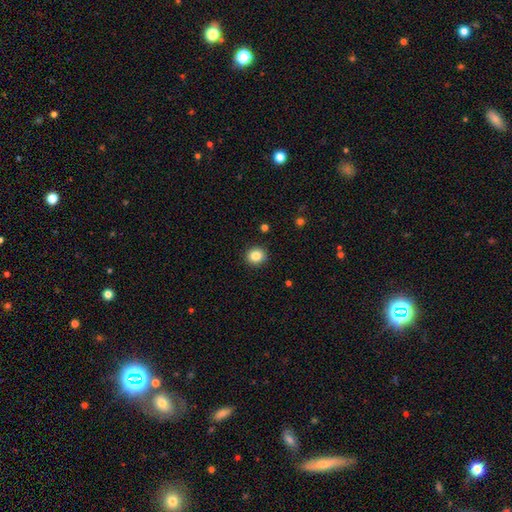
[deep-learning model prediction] Smooth or featured? smooth (84%)
How rounded? round (87%)
Merging? none (91%)